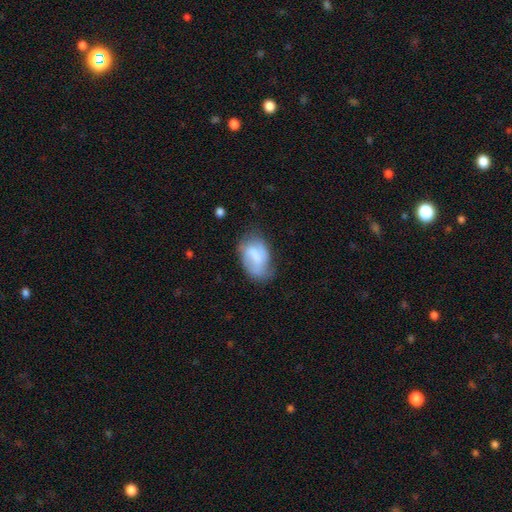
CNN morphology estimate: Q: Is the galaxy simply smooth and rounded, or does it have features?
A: smooth — 49%.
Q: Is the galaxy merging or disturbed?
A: none — 49%.